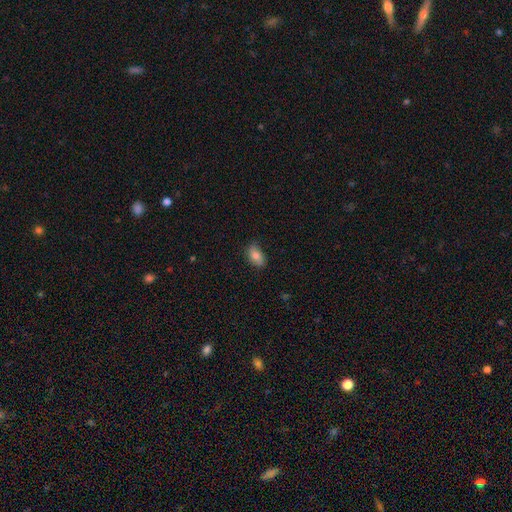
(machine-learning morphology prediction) This is clearly a smooth galaxy (80%). How rounded: clearly in between (90%). Merging: likely none (76%).